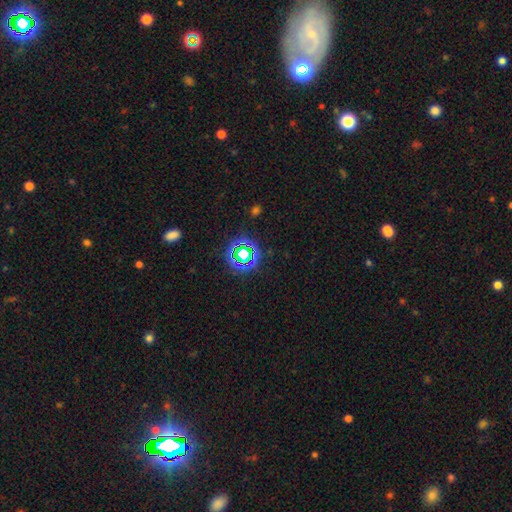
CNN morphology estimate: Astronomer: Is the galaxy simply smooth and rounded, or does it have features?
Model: star or artifact — 74%.